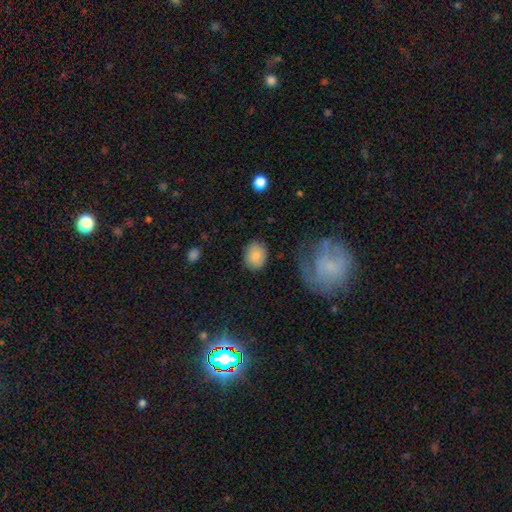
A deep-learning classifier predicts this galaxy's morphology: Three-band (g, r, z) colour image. It shows a smooth galaxy with no disk features (82%) that is in between round and cigar-shaped (50%). Merging: none (82%).